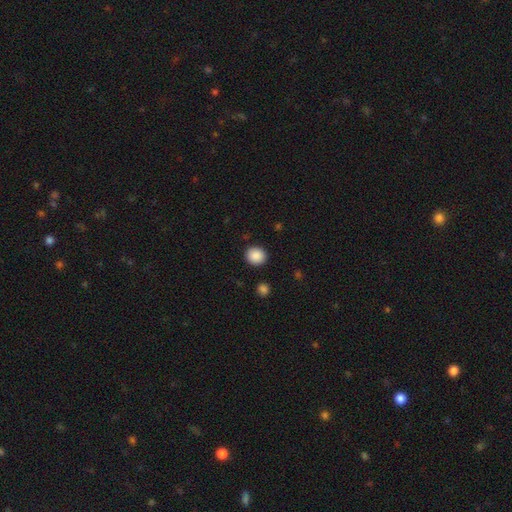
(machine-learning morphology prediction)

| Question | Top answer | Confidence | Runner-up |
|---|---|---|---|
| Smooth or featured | smooth | 88% | star or artifact (8%) |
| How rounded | round | 86% | in between (14%) |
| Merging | none | 91% | minor disturbance (6%) |